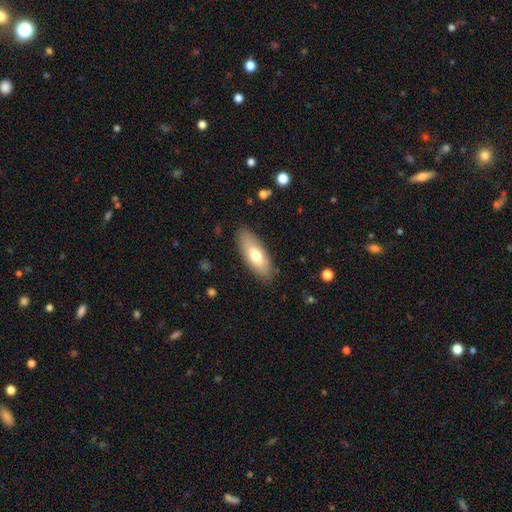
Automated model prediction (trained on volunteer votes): This appears to be a smooth galaxy with no disk features (69%) that is in between round and cigar-shaped (73%). Merging: none (87%).